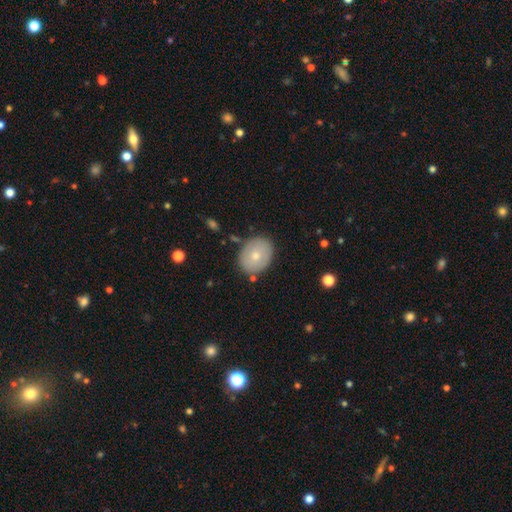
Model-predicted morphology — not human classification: type=smooth (69%); roundness=in between (56%); merging=none (82%).